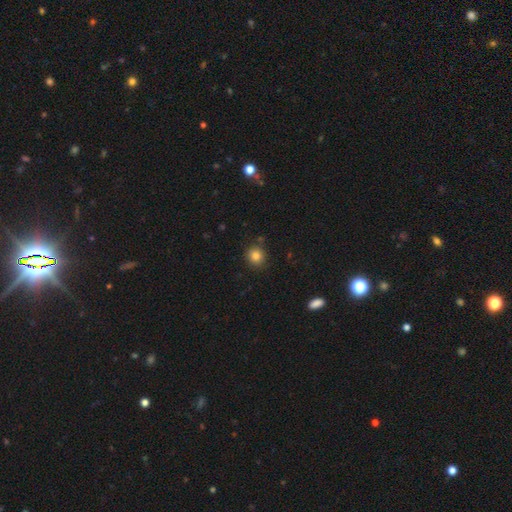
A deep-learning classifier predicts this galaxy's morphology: Smooth or featured?
  - smooth: 83% *
  - star or artifact: 11%
  - featured or disk: 5%
How rounded?
  - round: 87% *
  - in between: 12%
  - cigar-shaped: 1%
Merging?
  - none: 86% *
  - minor disturbance: 9%
  - merger: 3%
  - major disturbance: 2%